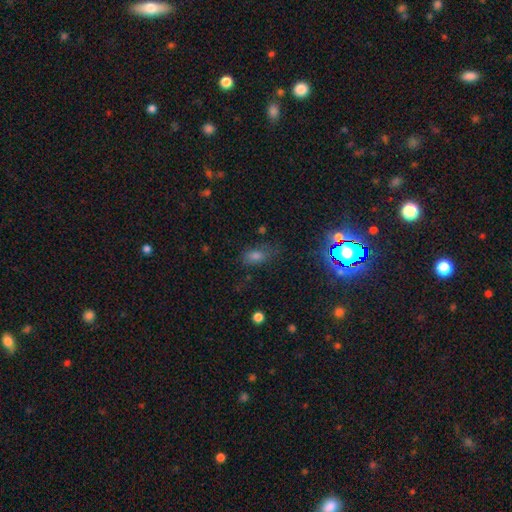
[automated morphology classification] smooth 58%, star or artifact 29%, featured or disk 13%. Down the decision tree: how rounded — in between (78%); merging — none (67%).